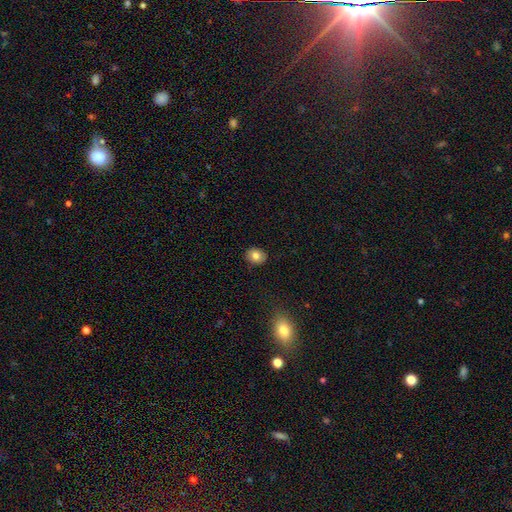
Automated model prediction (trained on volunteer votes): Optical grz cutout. It shows a smooth galaxy with no disk features (80%) that is round (58%). Merging: none (88%).